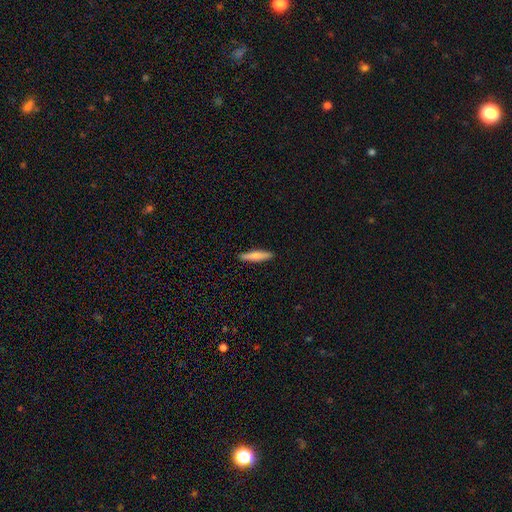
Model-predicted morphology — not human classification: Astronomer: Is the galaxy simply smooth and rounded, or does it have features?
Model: smooth — 72%.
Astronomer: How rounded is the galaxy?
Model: cigar-shaped — 87%.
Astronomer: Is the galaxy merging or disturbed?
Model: none — 91%.